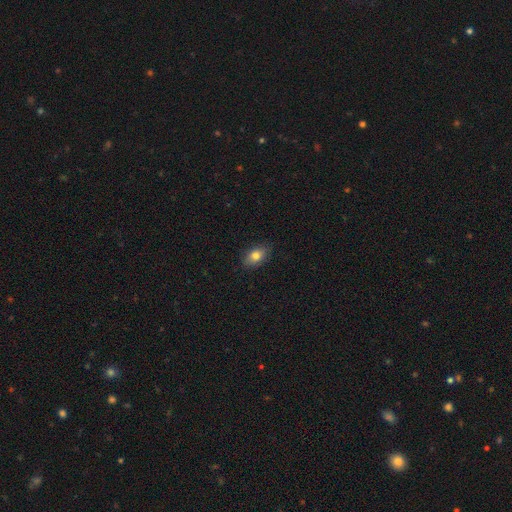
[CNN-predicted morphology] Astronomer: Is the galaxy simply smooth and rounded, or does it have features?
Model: smooth — 80%.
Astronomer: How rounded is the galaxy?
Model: in between — 86%.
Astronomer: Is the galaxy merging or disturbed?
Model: none — 84%.